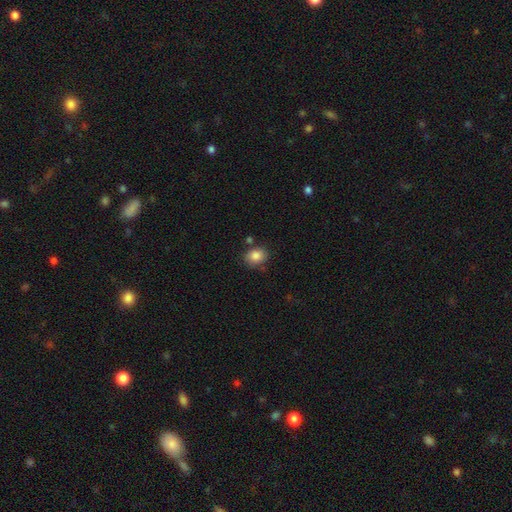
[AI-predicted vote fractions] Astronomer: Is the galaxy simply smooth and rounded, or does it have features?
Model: smooth — 85%.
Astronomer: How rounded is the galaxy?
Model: round — 59% (runner-up: in between, 40%).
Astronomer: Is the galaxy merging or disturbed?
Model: none — 73%.